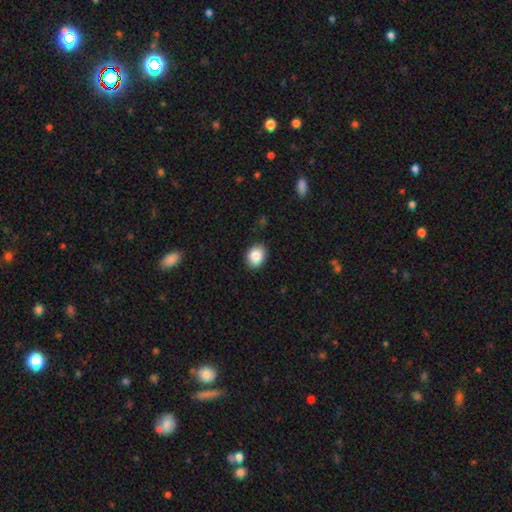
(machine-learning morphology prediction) The model was most divided on "how rounded": in between: 58%, round: 41%, cigar-shaped: 1%. More confident: merging — none (88%); smooth or featured — smooth (86%).